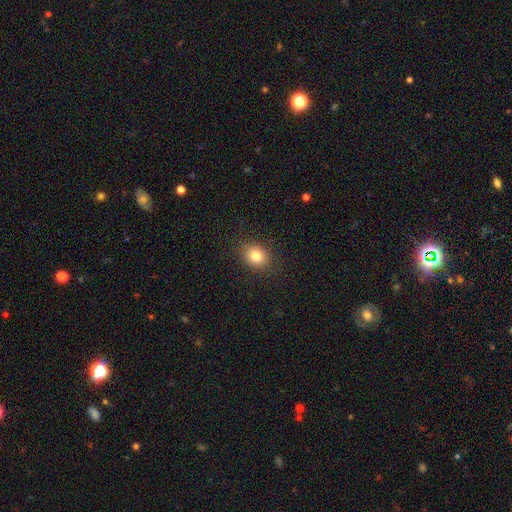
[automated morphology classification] Smooth or featured?
  - smooth: 82% *
  - star or artifact: 11%
  - featured or disk: 7%
How rounded?
  - round: 59% *
  - in between: 40%
  - cigar-shaped: 1%
Merging?
  - none: 87% *
  - minor disturbance: 9%
  - major disturbance: 3%
  - merger: 1%